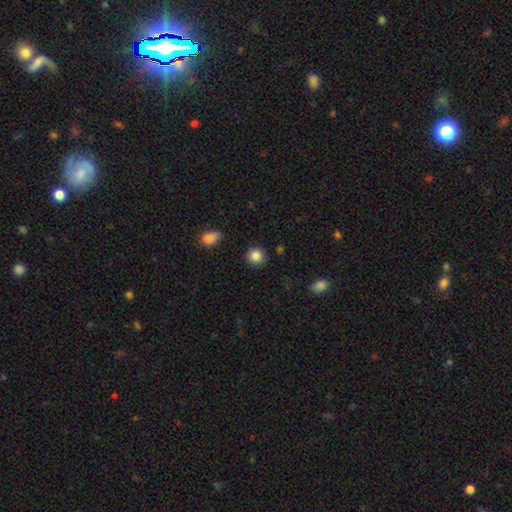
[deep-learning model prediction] The model was most divided on "smooth or featured": smooth: 86%, star or artifact: 9%, featured or disk: 5%. More confident: how rounded — round (91%); merging — none (89%).